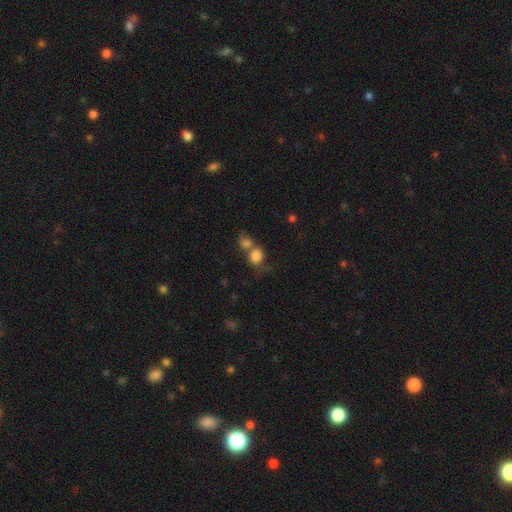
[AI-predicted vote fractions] Smooth or featured: smooth — 81% (star or artifact — 10%)
How rounded: round — 68% (in between — 31%)
Merging: merger — 56% (none — 29%)